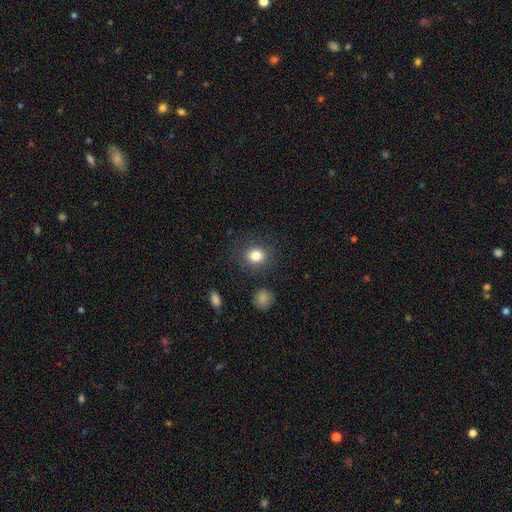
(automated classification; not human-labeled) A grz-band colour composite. It shows a smooth galaxy with no disk features (82%) that is round (75%). Merging: none (83%).